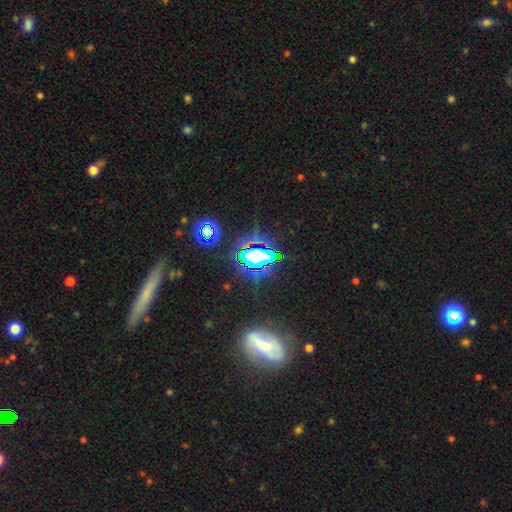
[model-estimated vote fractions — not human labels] smooth-or-featured: star or artifact: 70% | smooth: 17% | featured or disk: 13%